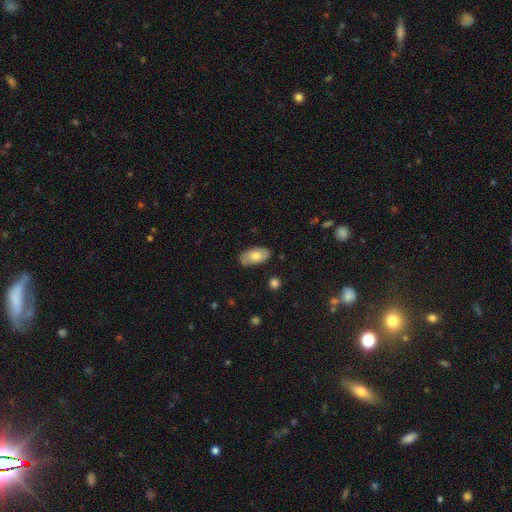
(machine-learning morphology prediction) Smooth or featured?
  - smooth: 69% *
  - featured or disk: 25%
  - star or artifact: 7%
How rounded?
  - in between: 94% *
  - round: 3%
  - cigar-shaped: 3%
Merging?
  - none: 78% *
  - minor disturbance: 18%
  - major disturbance: 3%
  - merger: 2%